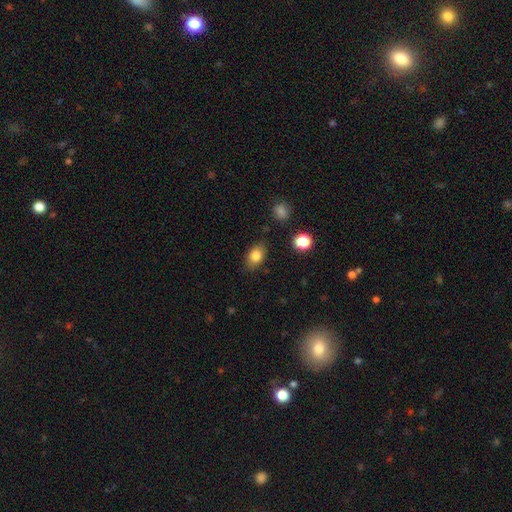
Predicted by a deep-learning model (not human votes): smooth 81%, featured or disk 10%, star or artifact 9%. Down the decision tree: how rounded — in between (81%); merging — none (83%).